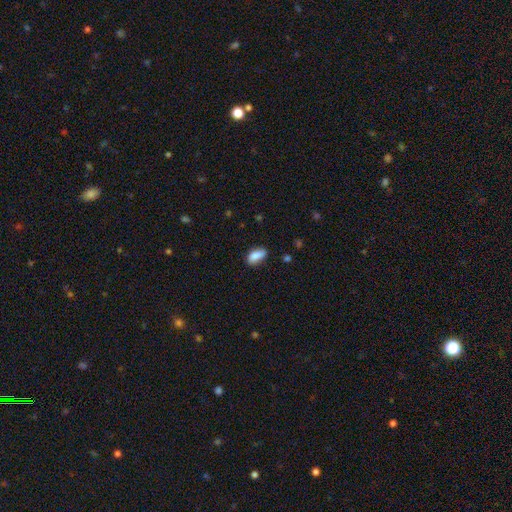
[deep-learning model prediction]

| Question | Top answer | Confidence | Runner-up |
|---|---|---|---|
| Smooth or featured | smooth | 84% | featured or disk (9%) |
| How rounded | in between | 87% | cigar-shaped (9%) |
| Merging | none | 72% | minor disturbance (22%) |